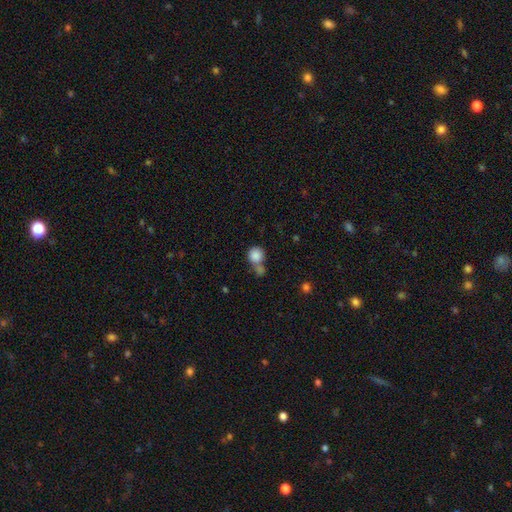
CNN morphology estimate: Overall: smooth (85%). How rounded: round (89%). Merging: none (43%, tied with merger).